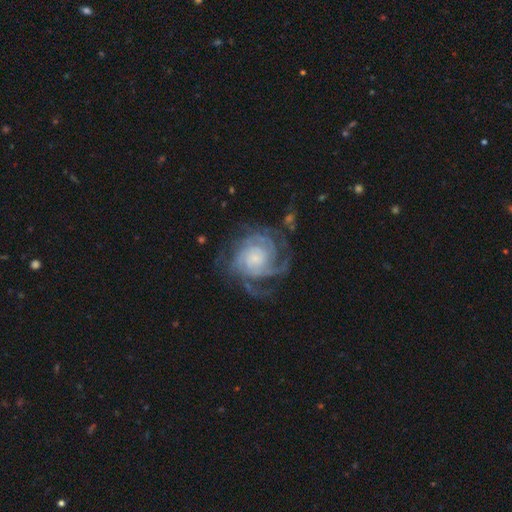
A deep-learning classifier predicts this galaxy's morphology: A featured or disk galaxy (87%) with no bar (69%), 3 (27%) tight (67%) spiral arms (97%) and a small central bulge (49%).

Vote fractions:
- Smooth or featured? featured or disk: 87% / star or artifact: 7% / smooth: 6%
- Edge-on disk? no: 98% / yes: 2%
- Bar? no: 69% / weak: 25% / strong: 6%
- Spiral arms? yes: 97% / no: 3%
- Spiral winding? tight: 67% / medium: 28% / loose: 5%
- Spiral arm count? 3: 27% / can't tell: 24% / 2: 17% / 4: 17% / more than 4: 8% / 1: 7%
- Bulge size? small: 49% / moderate: 30% / none: 10% / large: 10% / dominant: 2%
- Merging? none: 68% / minor disturbance: 17% / major disturbance: 12% / merger: 2%